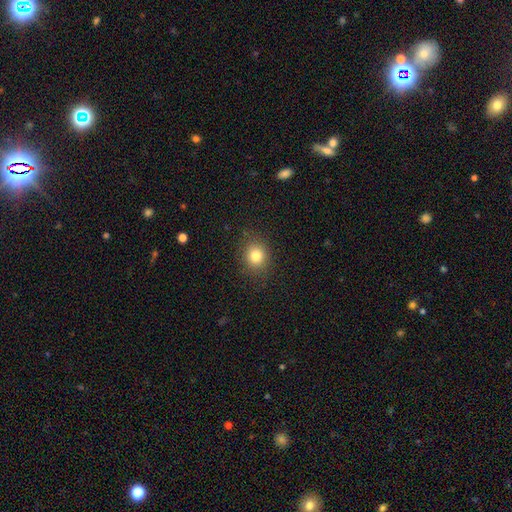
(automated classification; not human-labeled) This is clearly a smooth galaxy (82%). How rounded: likely round (70%). Merging: clearly none (86%).